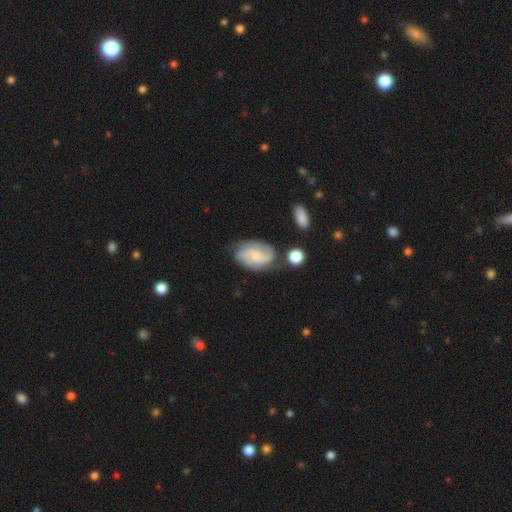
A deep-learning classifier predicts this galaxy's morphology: The model was most divided on "spiral winding": medium: 47%, tight: 31%, loose: 22%. More confident: edge-on disk — no (97%); spiral arms — yes (93%); smooth or featured — featured or disk (66%); merging — none (62%); bar — no (62%); bulge size — small (54%); spiral arm count — 2 (53%).